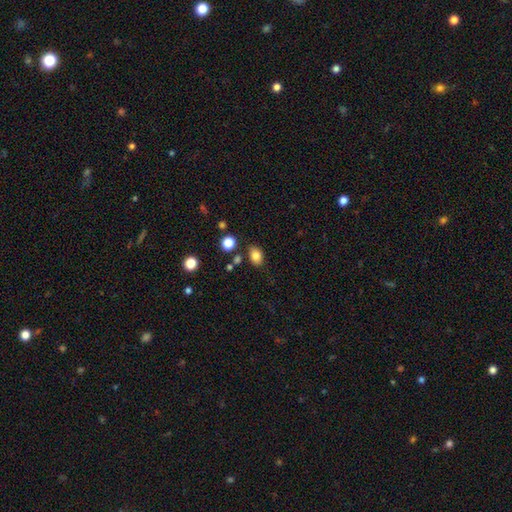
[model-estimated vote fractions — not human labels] This appears to be a smooth galaxy with no disk features (83%) that is in between round and cigar-shaped (75%). Merging: none (80%).